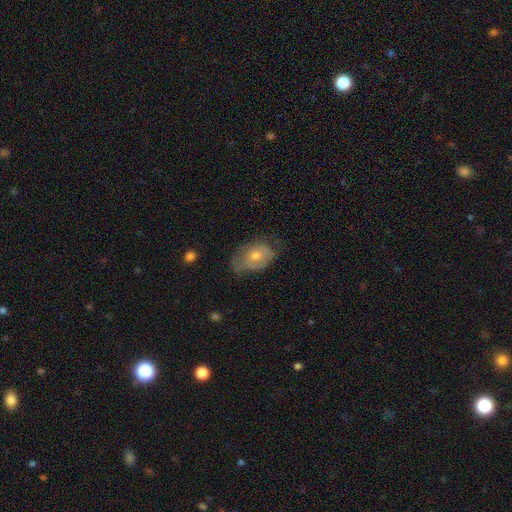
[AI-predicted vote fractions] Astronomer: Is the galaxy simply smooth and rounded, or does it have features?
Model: featured or disk — 49% (runner-up: smooth, 42%).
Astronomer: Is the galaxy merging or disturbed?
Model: none — 51% (runner-up: minor disturbance, 31%).